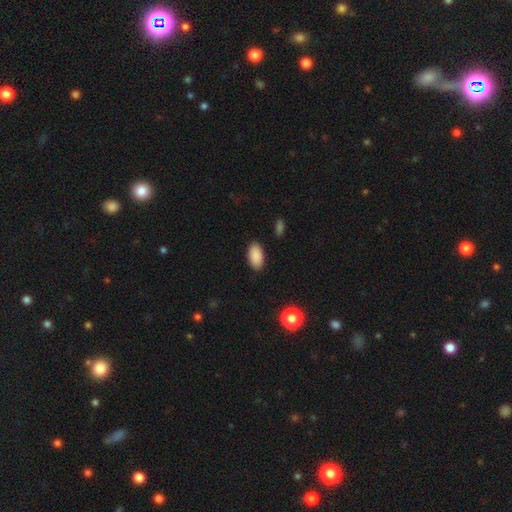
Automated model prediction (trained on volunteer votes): A smooth galaxy with no disk features (90%) that is in between round and cigar-shaped (95%). Merging: none (89%).